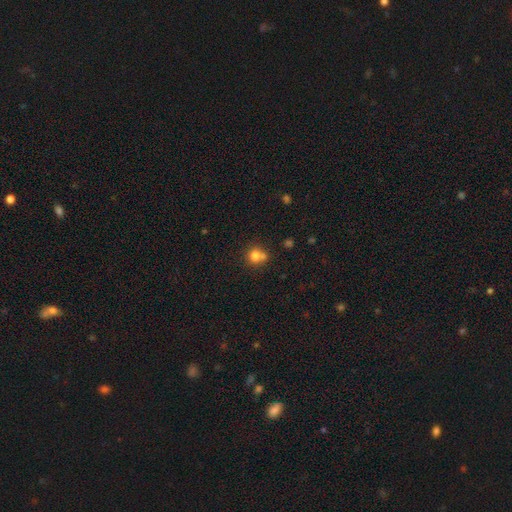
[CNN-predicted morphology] type=smooth (77%); roundness=round (84%); merging=none (47%).